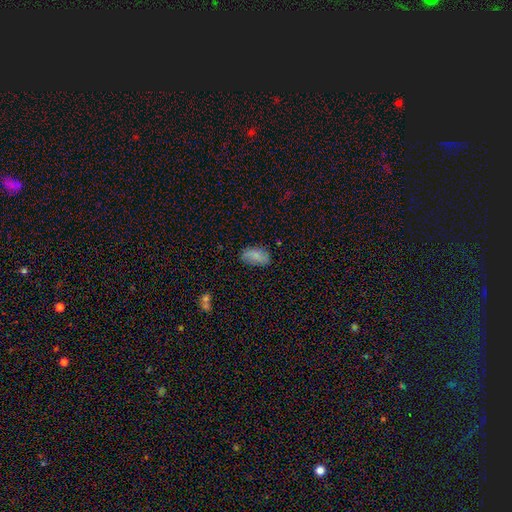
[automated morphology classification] Smooth or featured: smooth — 79% (featured or disk — 13%)
How rounded: in between — 93% (round — 5%)
Merging: none — 72% (minor disturbance — 21%)